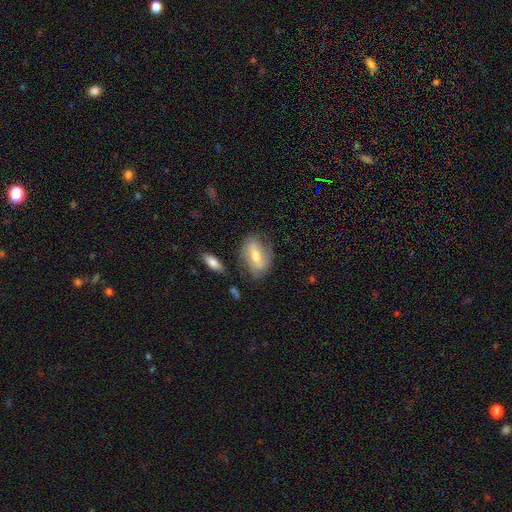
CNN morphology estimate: Smooth or featured: featured or disk — 53% (smooth — 38%)
Edge-on disk: no — 87% (yes — 13%)
Merging: none — 69% (minor disturbance — 21%)